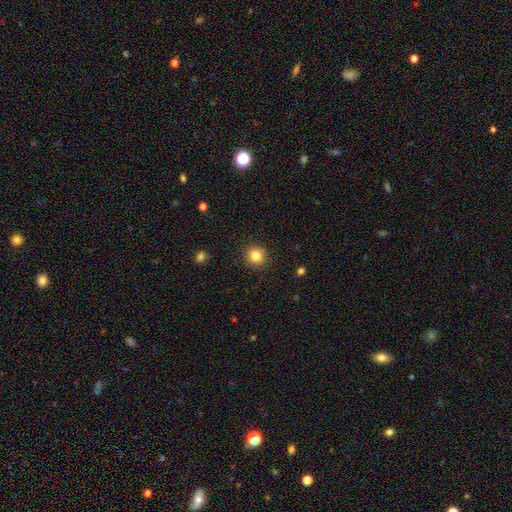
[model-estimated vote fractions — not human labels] Smooth or featured?
  - smooth: 84% *
  - star or artifact: 11%
  - featured or disk: 5%
How rounded?
  - round: 90% *
  - in between: 9%
  - cigar-shaped: 1%
Merging?
  - none: 91% *
  - minor disturbance: 6%
  - major disturbance: 2%
  - merger: 1%